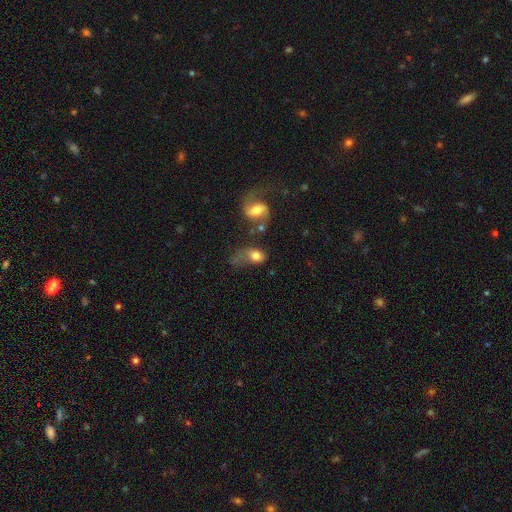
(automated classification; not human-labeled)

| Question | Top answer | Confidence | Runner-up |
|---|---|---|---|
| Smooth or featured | smooth | 67% | featured or disk (24%) |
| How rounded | in between | 77% | round (20%) |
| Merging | major disturbance | 32% | none (27%) |